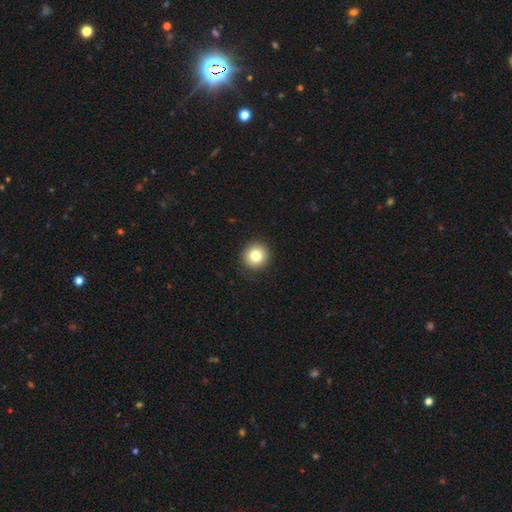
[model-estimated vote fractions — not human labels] Morphology: type=smooth (80%); roundness=round (94%); merging=none (91%).